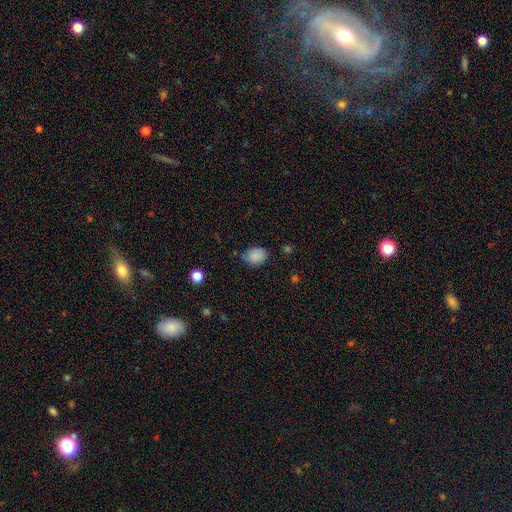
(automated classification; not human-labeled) Morphology: type=smooth (87%); roundness=in between (70%); merging=none (71%).